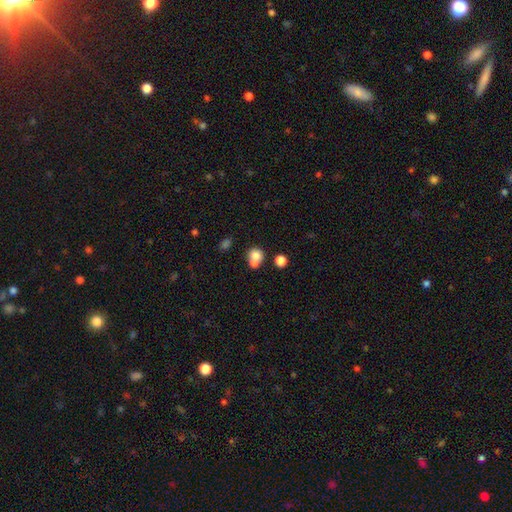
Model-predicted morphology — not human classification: A smooth galaxy with no disk features (75%) that is round (78%).

Vote fractions:
- Smooth or featured? smooth: 75% / featured or disk: 15% / star or artifact: 10%
- How rounded? round: 78% / in between: 21% / cigar-shaped: 1%
- Merging? merger: 51% / none: 37% / minor disturbance: 8% / major disturbance: 4%